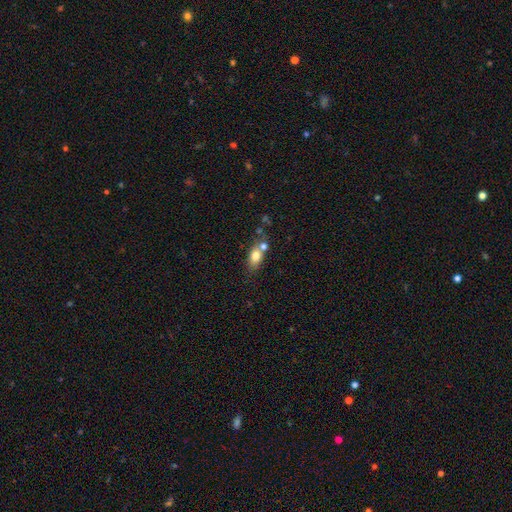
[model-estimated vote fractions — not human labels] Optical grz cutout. It shows a smooth galaxy with no disk features (76%) that is in between round and cigar-shaped (75%). Merging: none (46%).